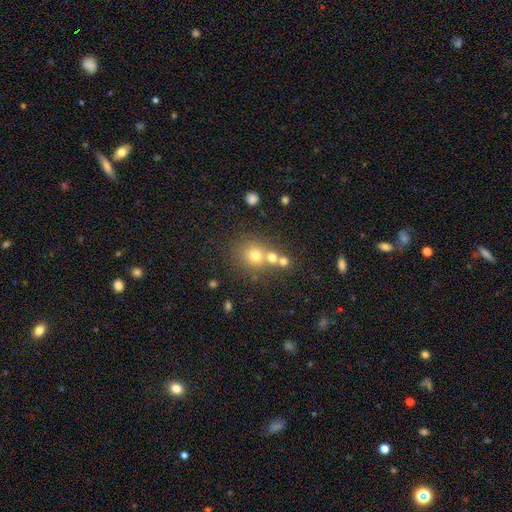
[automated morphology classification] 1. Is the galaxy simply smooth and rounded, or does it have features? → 67% smooth, 18% star or artifact, 15% featured or disk.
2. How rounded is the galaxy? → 84% round, 15% in between, 1% cigar-shaped.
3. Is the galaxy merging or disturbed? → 53% none, 34% merger, 9% minor disturbance, 4% major disturbance.